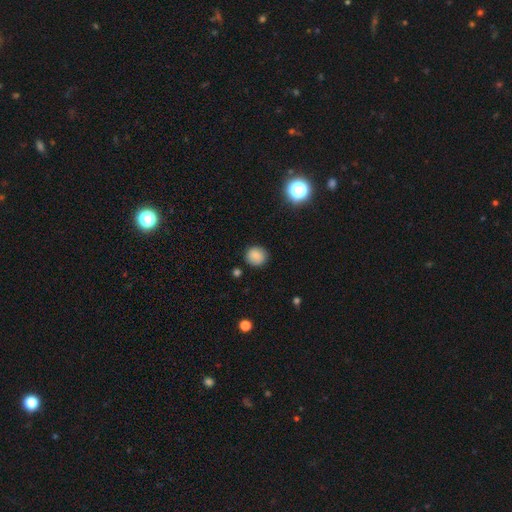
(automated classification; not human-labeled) A smooth galaxy with no disk features (84%) that is round (87%).

Vote fractions:
- Smooth or featured? smooth: 84% / star or artifact: 11% / featured or disk: 6%
- How rounded? round: 87% / in between: 12% / cigar-shaped: 1%
- Merging? none: 87% / minor disturbance: 9% / major disturbance: 2% / merger: 2%